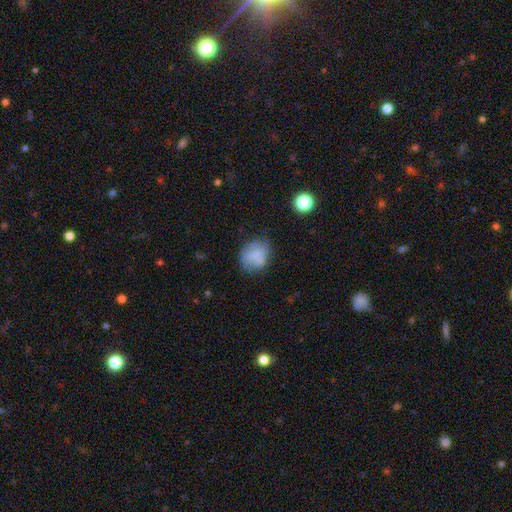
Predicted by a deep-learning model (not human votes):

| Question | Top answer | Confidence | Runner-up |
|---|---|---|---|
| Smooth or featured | smooth | 70% | featured or disk (21%) |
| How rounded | round | 59% | in between (40%) |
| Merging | none | 57% | minor disturbance (27%) |